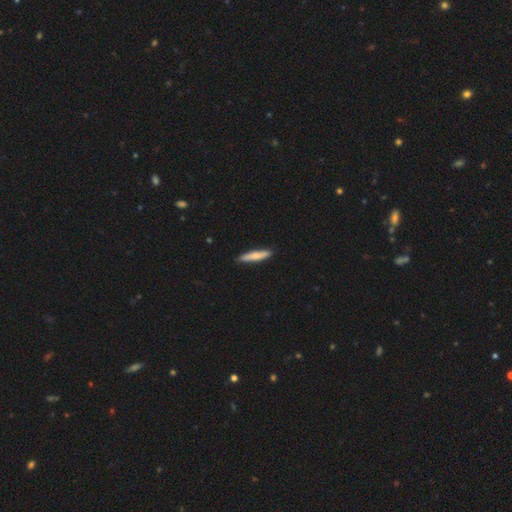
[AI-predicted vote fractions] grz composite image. It shows a smooth galaxy with no disk features (63%) that is cigar-shaped (89%). Merging: none (90%).